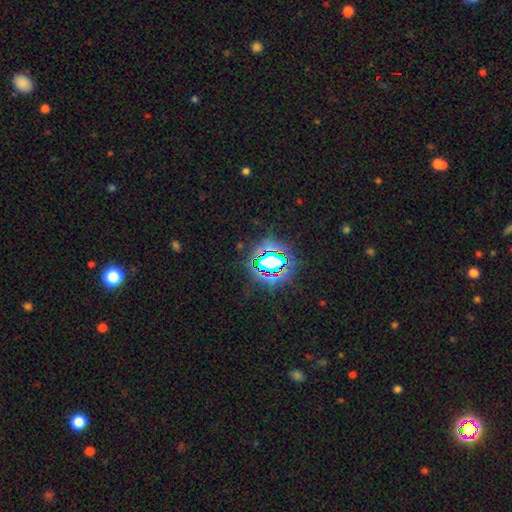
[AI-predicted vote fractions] Smooth or featured?
  - star or artifact: 82% *
  - smooth: 11%
  - featured or disk: 7%